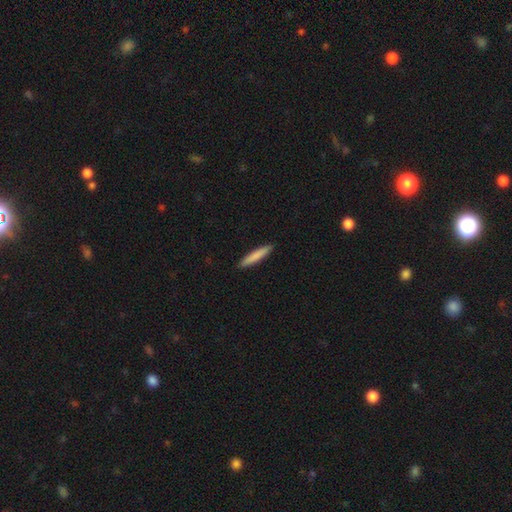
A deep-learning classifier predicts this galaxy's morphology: Smooth or featured: smooth — 83% (featured or disk — 12%)
How rounded: cigar-shaped — 91% (in between — 7%)
Merging: none — 91% (minor disturbance — 6%)